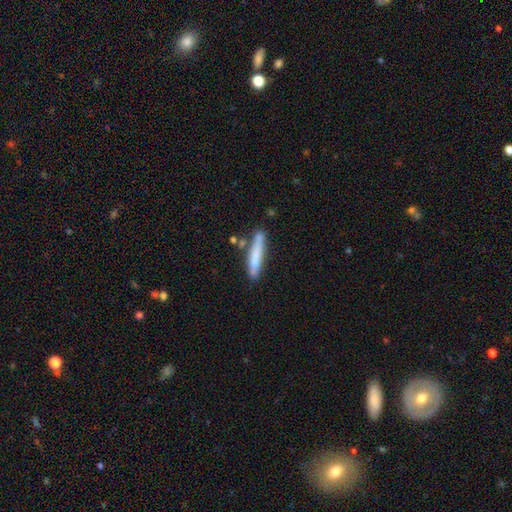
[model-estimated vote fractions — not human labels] This appears to be a smooth galaxy with no disk features (72%) that is cigar-shaped (92%). Merging: none (74%).